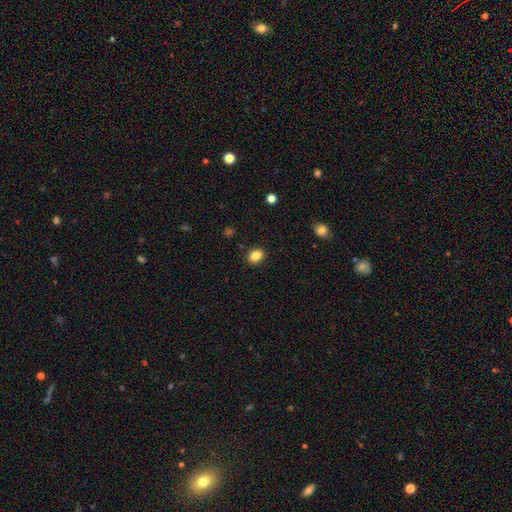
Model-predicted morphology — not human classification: type=smooth (85%); roundness=in between (61%); merging=none (89%).